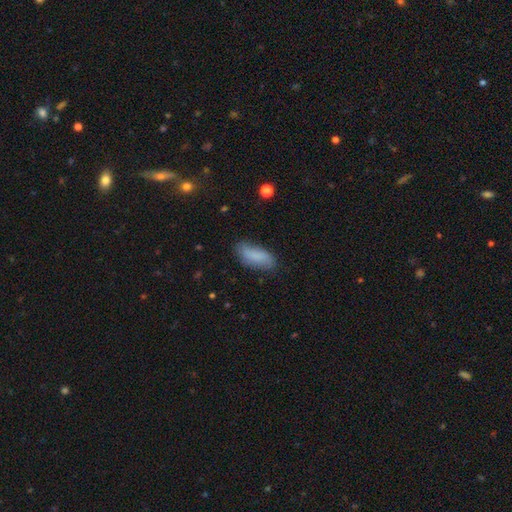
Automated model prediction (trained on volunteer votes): The model was most divided on "merging": none: 69%, minor disturbance: 23%, major disturbance: 5%, merger: 2%. More confident: how rounded — in between (81%); smooth or featured — smooth (73%).